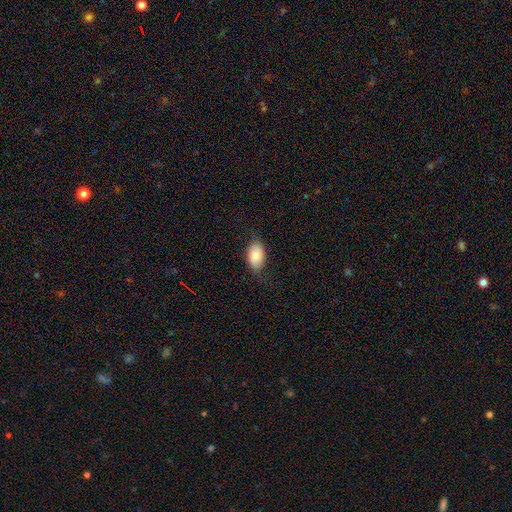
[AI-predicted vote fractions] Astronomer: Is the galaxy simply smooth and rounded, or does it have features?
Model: smooth — 81%.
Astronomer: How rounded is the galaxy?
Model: in between — 91%.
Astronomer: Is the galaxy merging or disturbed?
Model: none — 73%.